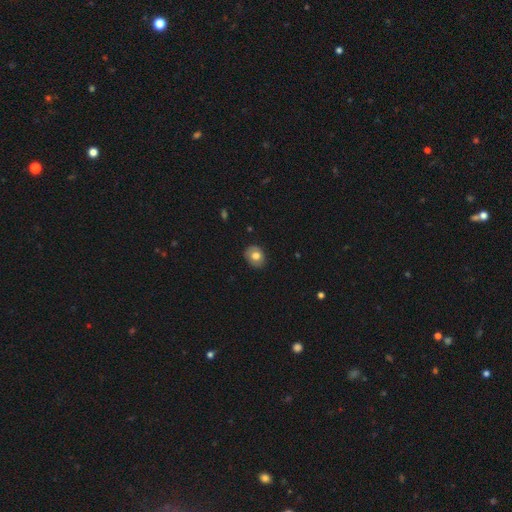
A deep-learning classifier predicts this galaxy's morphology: Smooth or featured?
  - smooth: 76% *
  - featured or disk: 16%
  - star or artifact: 8%
How rounded?
  - round: 55% *
  - in between: 44%
  - cigar-shaped: 1%
Merging?
  - none: 85% *
  - minor disturbance: 12%
  - major disturbance: 2%
  - merger: 1%